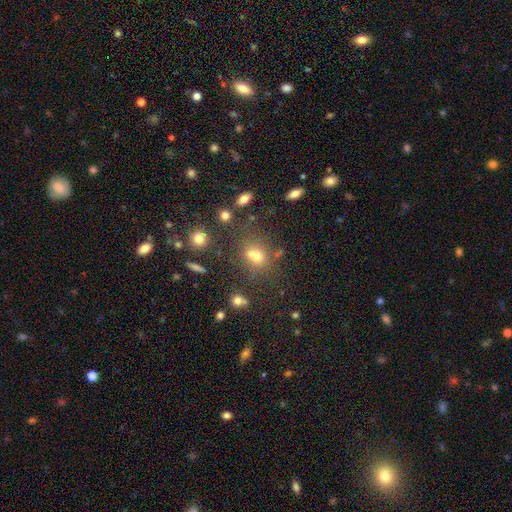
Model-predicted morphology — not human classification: Overall: smooth (62%). How rounded: round (66%; in between 33%). Merging: none (43%; merger 40%).